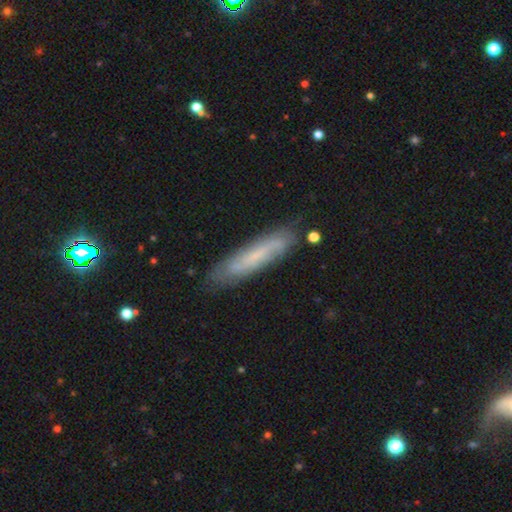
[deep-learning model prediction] A smooth galaxy with no disk features (48%). Merging: none (80%).